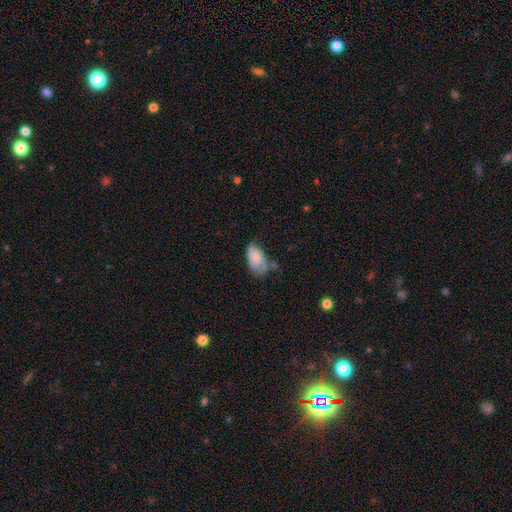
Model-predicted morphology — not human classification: A smooth galaxy with no disk features (60%) that is in between round and cigar-shaped (92%). Merging: none (40%).